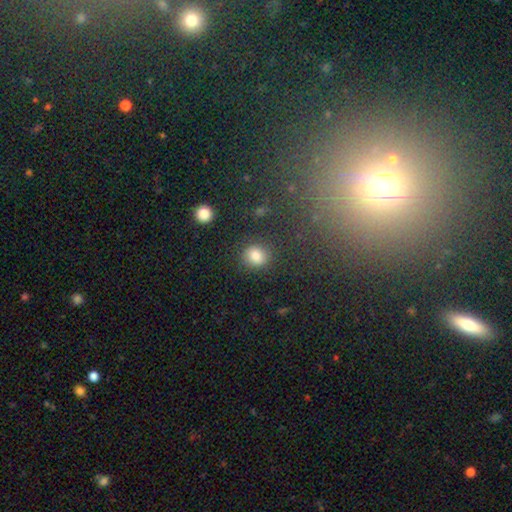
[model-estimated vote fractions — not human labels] Smooth or featured? Predicted: smooth (p=0.83). How rounded? Predicted: round (p=0.76). Merging? Predicted: none (p=0.83).